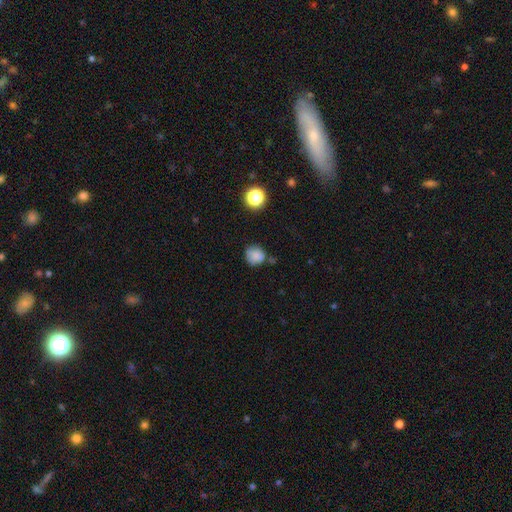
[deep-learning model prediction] Smooth or featured?
  - smooth: 80% *
  - star or artifact: 12%
  - featured or disk: 8%
How rounded?
  - round: 84% *
  - in between: 15%
  - cigar-shaped: 1%
Merging?
  - none: 62% *
  - minor disturbance: 25%
  - merger: 7%
  - major disturbance: 6%